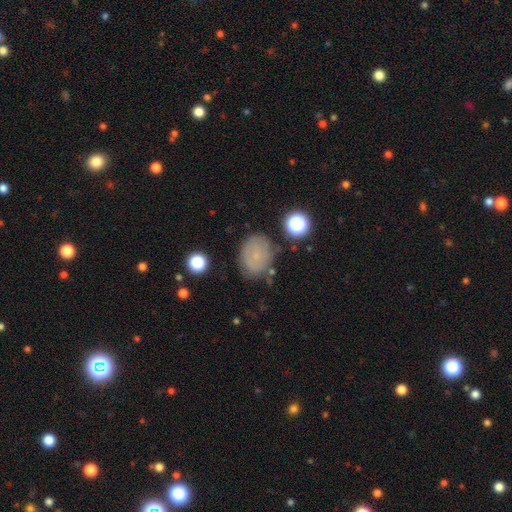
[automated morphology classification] This is possibly a smooth galaxy (60%). How rounded: possibly in between (50%). Merging: likely none (73%).